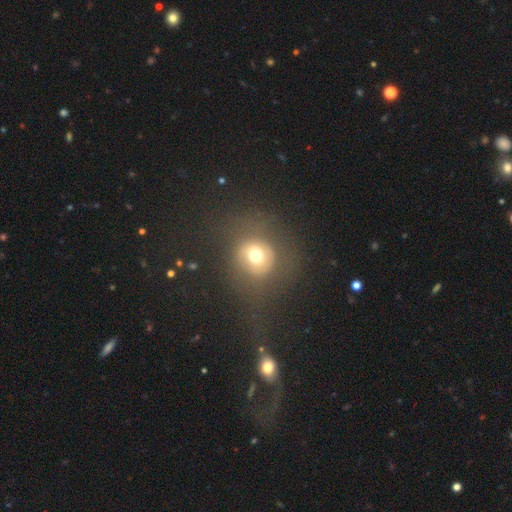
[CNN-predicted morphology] The model was most divided on "smooth or featured": smooth: 65%, star or artifact: 18%, featured or disk: 17%. More confident: how rounded — round (85%); merging — none (70%).